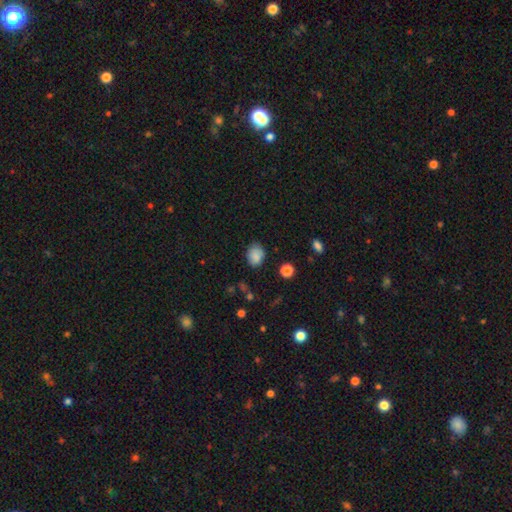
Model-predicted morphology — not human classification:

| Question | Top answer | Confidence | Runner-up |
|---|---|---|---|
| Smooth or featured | smooth | 84% | star or artifact (10%) |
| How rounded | in between | 59% | round (40%) |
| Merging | none | 73% | minor disturbance (21%) |